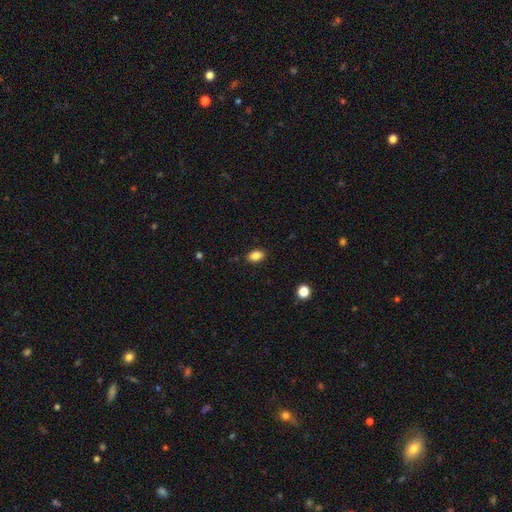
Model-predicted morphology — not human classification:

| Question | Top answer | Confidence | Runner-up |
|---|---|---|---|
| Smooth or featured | smooth | 86% | star or artifact (9%) |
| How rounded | in between | 86% | round (12%) |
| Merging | none | 88% | minor disturbance (9%) |